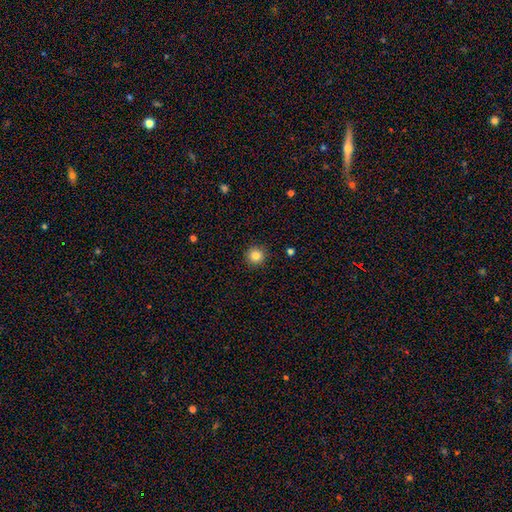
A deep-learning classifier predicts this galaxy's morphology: Smooth or featured? smooth (85%)
How rounded? round (95%)
Merging? none (92%)